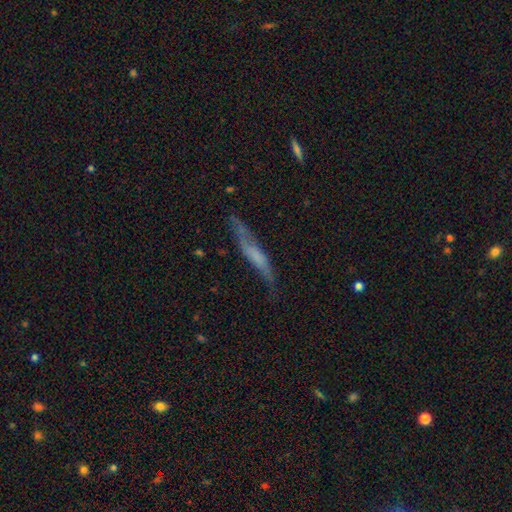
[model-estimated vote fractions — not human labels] Smooth or featured? featured or disk (50%)
Merging? none (52%)